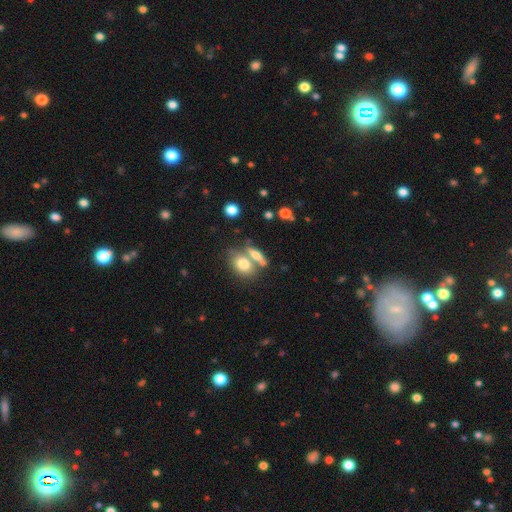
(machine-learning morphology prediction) A smooth galaxy with no disk features (67%) that is in between round and cigar-shaped (61%). Merging: none (44%).